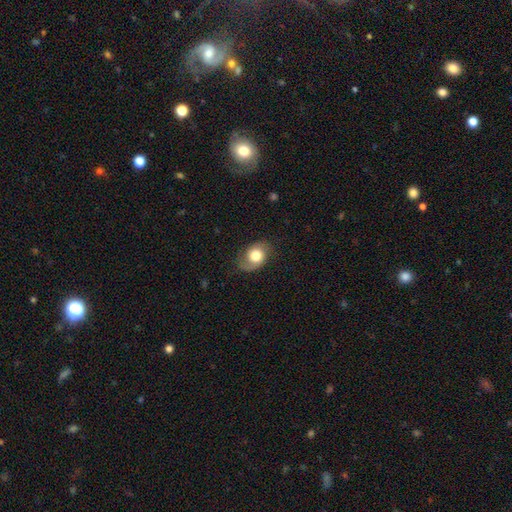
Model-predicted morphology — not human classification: A smooth galaxy with no disk features (53%) that is in between round and cigar-shaped (64%).

Vote fractions:
- Smooth or featured? smooth: 53% / featured or disk: 39% / star or artifact: 8%
- How rounded? in between: 64% / round: 35% / cigar-shaped: 1%
- Merging? none: 69% / minor disturbance: 21% / major disturbance: 8% / merger: 1%